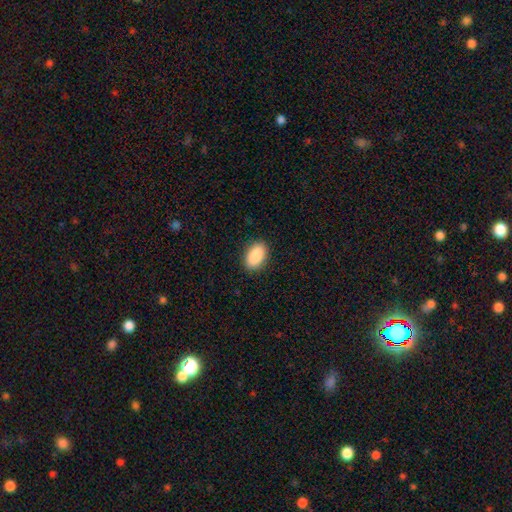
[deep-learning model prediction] Q: Smooth or featured?
A: smooth (90%); runner-up: star or artifact (7%)
Q: How rounded?
A: in between (92%); runner-up: round (6%)
Q: Merging?
A: none (89%); runner-up: minor disturbance (8%)